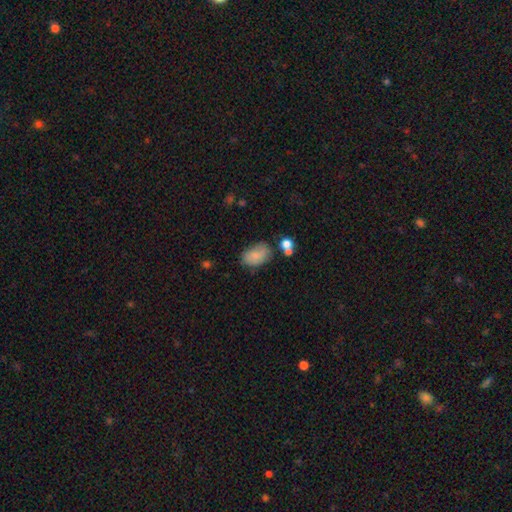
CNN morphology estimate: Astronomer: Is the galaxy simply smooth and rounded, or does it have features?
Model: smooth — 81%.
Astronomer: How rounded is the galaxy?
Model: in between — 89%.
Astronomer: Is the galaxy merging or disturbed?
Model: none — 59%.